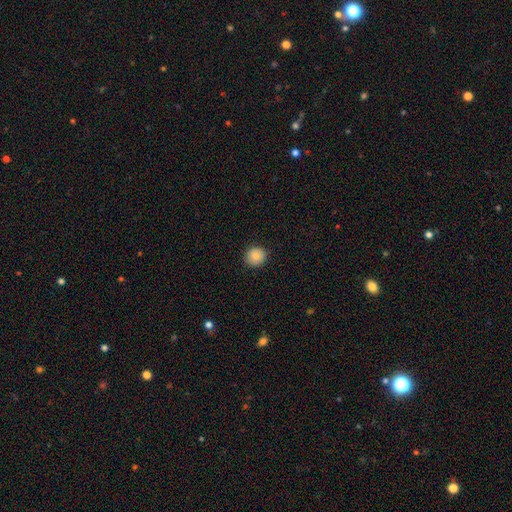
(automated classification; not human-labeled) Smooth or featured: smooth — 87% (star or artifact — 8%)
How rounded: round — 88% (in between — 12%)
Merging: none — 89% (minor disturbance — 8%)